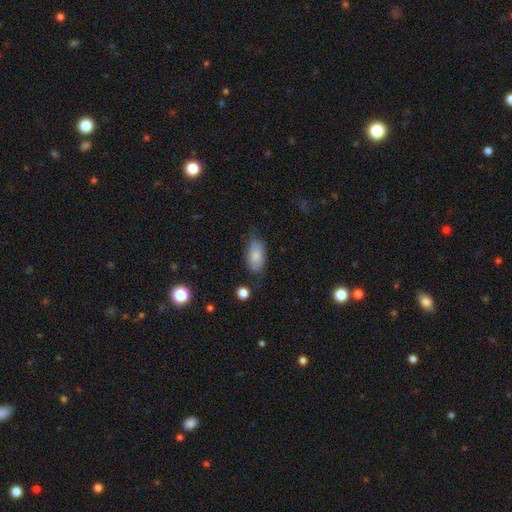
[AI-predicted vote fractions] smooth-or-featured: smooth: 76% | featured or disk: 18% | star or artifact: 7%
  how-rounded: in between: 93% | round: 4% | cigar-shaped: 3%
  merging: none: 65% | minor disturbance: 25% | major disturbance: 7% | merger: 3%